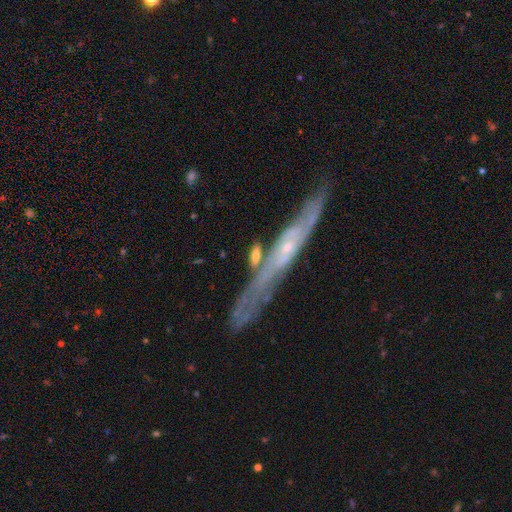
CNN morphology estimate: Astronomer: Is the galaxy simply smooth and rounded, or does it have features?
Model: smooth — 50% (runner-up: featured or disk, 41%).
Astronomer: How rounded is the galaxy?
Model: cigar-shaped — 52% (runner-up: in between, 40%).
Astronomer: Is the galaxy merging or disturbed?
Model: none — 63%.